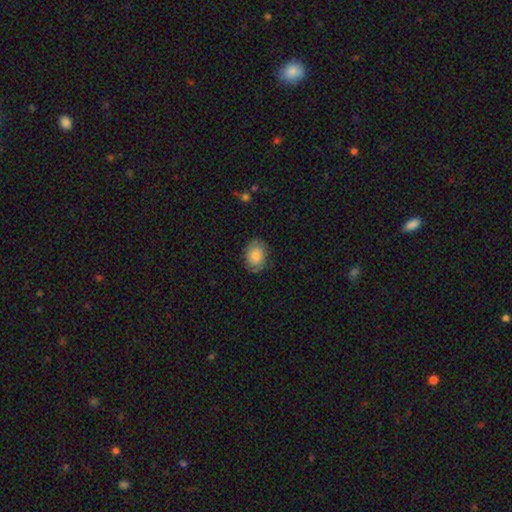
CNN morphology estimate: Smooth or featured?
  - smooth: 72% *
  - featured or disk: 20%
  - star or artifact: 8%
How rounded?
  - in between: 61% *
  - round: 38%
  - cigar-shaped: 1%
Merging?
  - none: 77% *
  - minor disturbance: 17%
  - major disturbance: 5%
  - merger: 1%